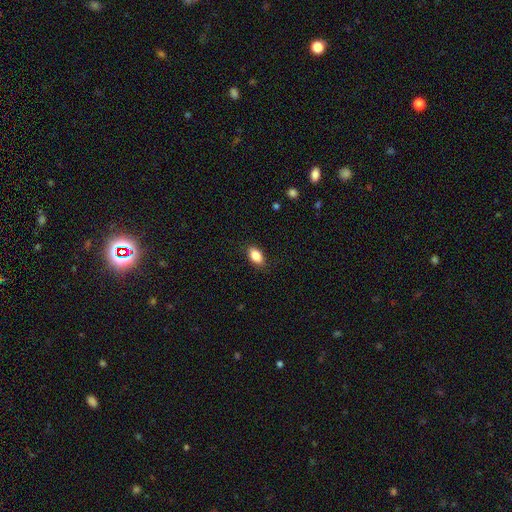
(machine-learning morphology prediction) A smooth galaxy with no disk features (86%) that is in between round and cigar-shaped (90%).

Vote fractions:
- Smooth or featured? smooth: 86% / star or artifact: 8% / featured or disk: 6%
- How rounded? in between: 90% / round: 7% / cigar-shaped: 3%
- Merging? none: 86% / minor disturbance: 11% / major disturbance: 3% / merger: 1%